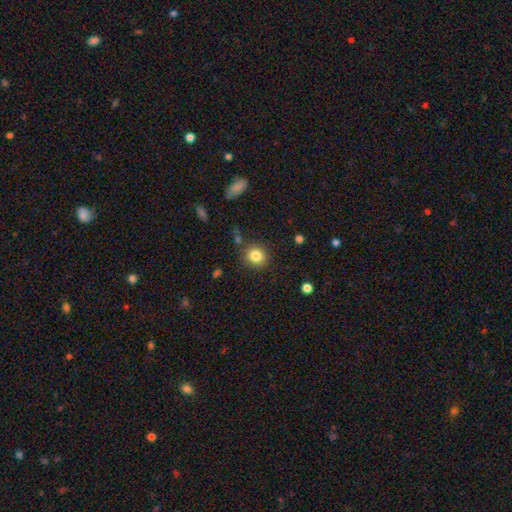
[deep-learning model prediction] Q: Smooth or featured?
A: smooth (83%); runner-up: star or artifact (10%)
Q: How rounded?
A: round (84%); runner-up: in between (15%)
Q: Merging?
A: none (85%); runner-up: minor disturbance (9%)